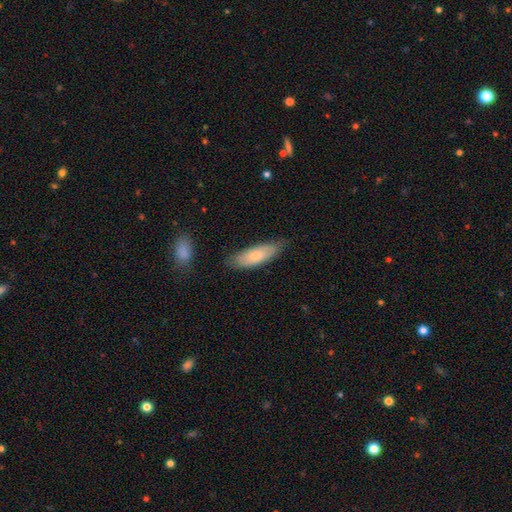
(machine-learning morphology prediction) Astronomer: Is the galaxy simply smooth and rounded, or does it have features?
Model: smooth — 77%.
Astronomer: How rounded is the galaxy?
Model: in between — 59% (runner-up: cigar-shaped, 39%).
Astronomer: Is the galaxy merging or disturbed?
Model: none — 76%.